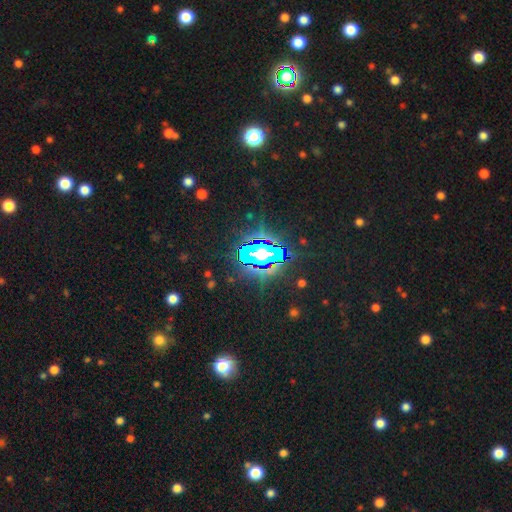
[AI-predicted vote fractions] Smooth or featured? star or artifact (72%)